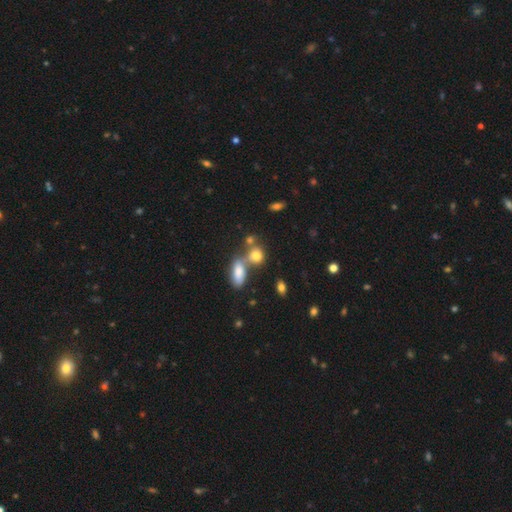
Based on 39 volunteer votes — Smooth or featured: smooth — 77% (featured or disk — 18%)
How rounded: round — 50% (in between — 40%)
Merging: merger — 43% (none — 32%)